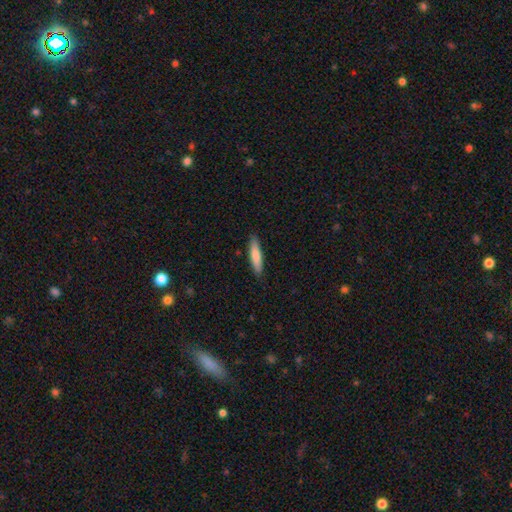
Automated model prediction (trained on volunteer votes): Morphology: type=smooth (79%); roundness=cigar-shaped (82%); merging=none (89%).